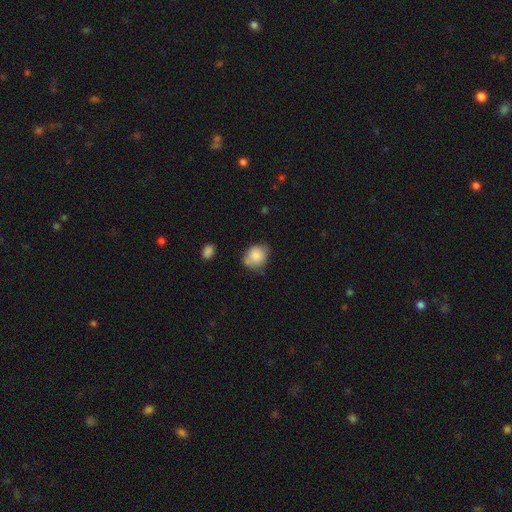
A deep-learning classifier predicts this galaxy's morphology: Overall: smooth (83%). How rounded: round (63%; in between 36%). Merging: none (56%; minor disturbance 29%).